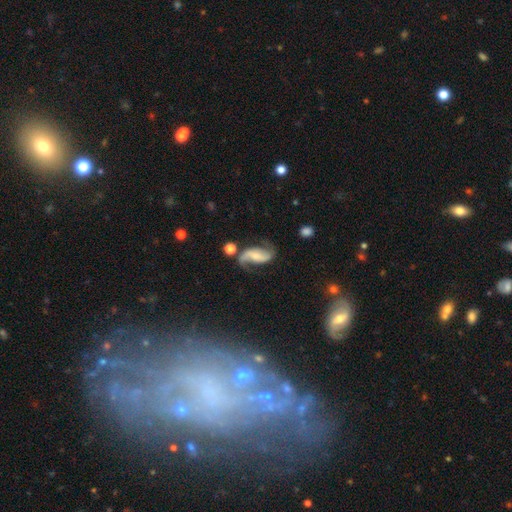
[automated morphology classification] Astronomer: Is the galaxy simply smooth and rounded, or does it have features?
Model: featured or disk — 81%.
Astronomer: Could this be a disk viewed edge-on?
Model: no — 96%.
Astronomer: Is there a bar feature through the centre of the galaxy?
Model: no — 41% (runner-up: weak, 34%).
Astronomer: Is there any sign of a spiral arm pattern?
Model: yes — 95%.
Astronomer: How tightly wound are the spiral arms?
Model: loose — 67%.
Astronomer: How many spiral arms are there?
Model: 2 — 89%.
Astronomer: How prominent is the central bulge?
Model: small — 49% (runner-up: moderate, 30%).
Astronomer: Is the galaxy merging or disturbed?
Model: none — 60%.